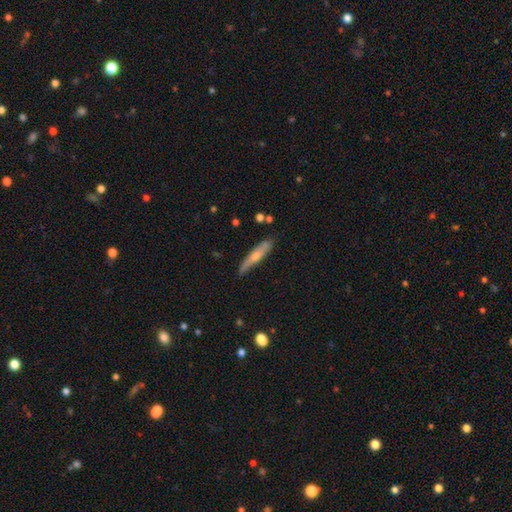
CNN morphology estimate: featured or disk 49%, smooth 45%, star or artifact 6%. Down the decision tree: merging — none (75%).